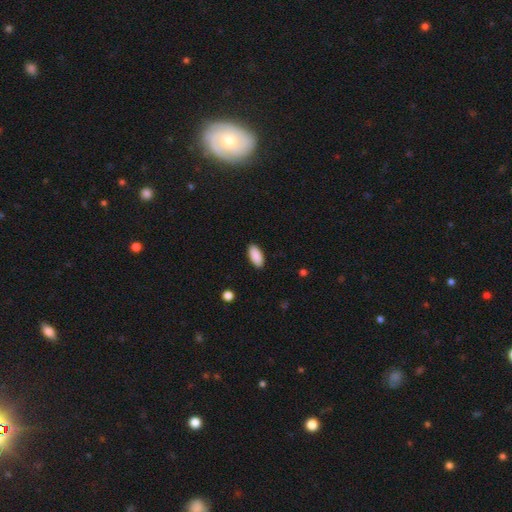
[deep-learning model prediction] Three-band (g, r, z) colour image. It shows a smooth galaxy with no disk features (91%) that is in between round and cigar-shaped (91%). Merging: none (90%).